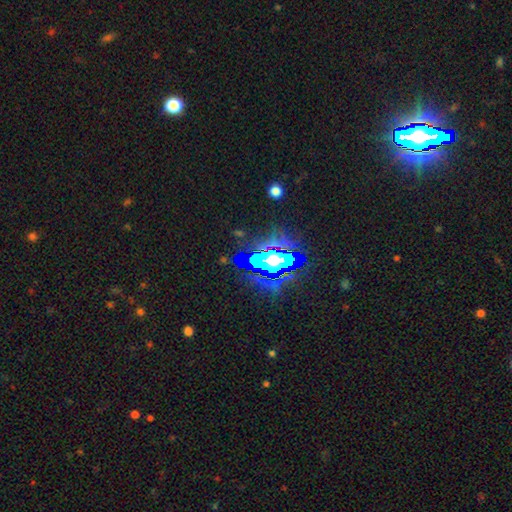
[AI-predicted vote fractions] The model was most divided on "smooth or featured": star or artifact: 80%, smooth: 10%, featured or disk: 9%.